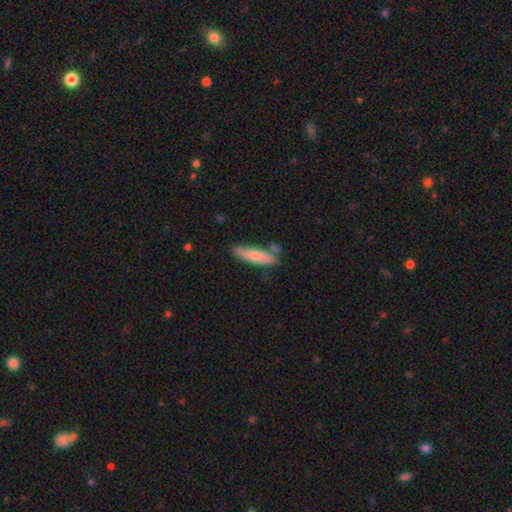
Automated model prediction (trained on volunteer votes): The model was most divided on "how rounded": cigar-shaped: 74%, in between: 24%, round: 2%. More confident: smooth or featured — smooth (74%); merging — none (71%).